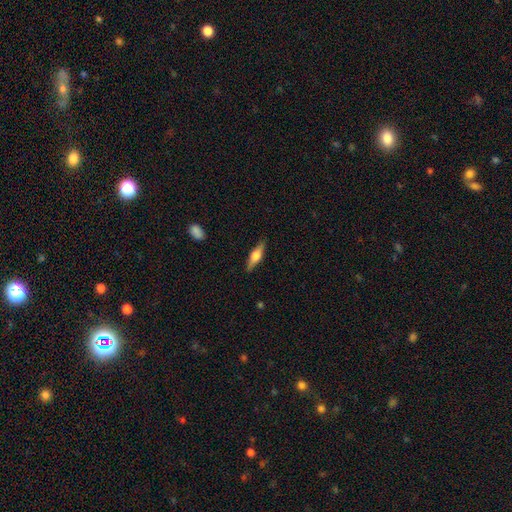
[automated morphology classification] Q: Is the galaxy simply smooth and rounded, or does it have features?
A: featured or disk — 52%.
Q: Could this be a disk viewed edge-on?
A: yes — 94%.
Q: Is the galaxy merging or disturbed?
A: none — 87%.